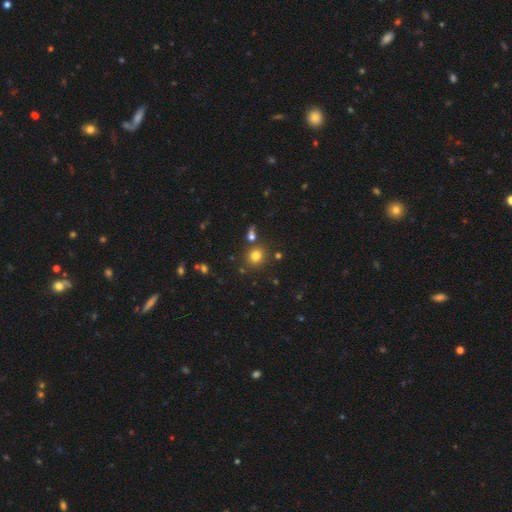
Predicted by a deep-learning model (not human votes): smooth 77%, star or artifact 16%, featured or disk 8%. Down the decision tree: how rounded — round (84%); merging — none (79%).